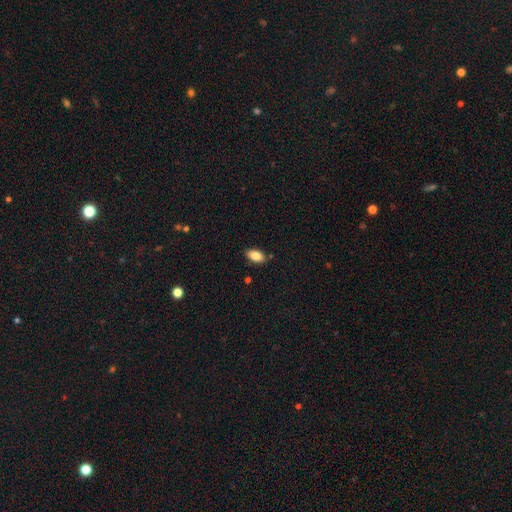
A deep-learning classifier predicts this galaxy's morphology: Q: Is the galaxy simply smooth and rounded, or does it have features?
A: smooth — 83%.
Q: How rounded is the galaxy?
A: in between — 92%.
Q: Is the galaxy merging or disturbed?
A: none — 85%.